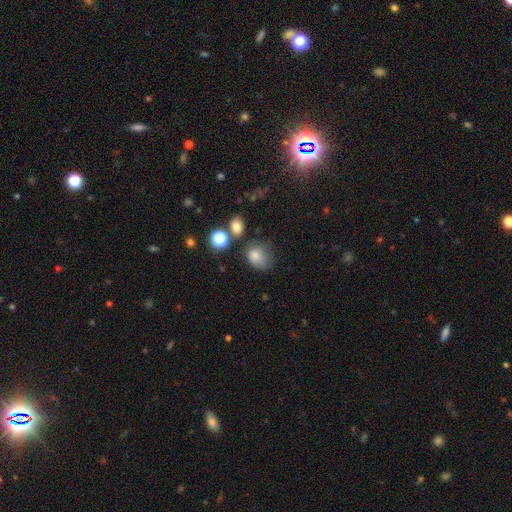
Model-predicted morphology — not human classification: The model was most divided on "how rounded": round: 57%, in between: 42%, cigar-shaped: 1%. Remaining: smooth or featured — smooth (79%); merging — none (49%).